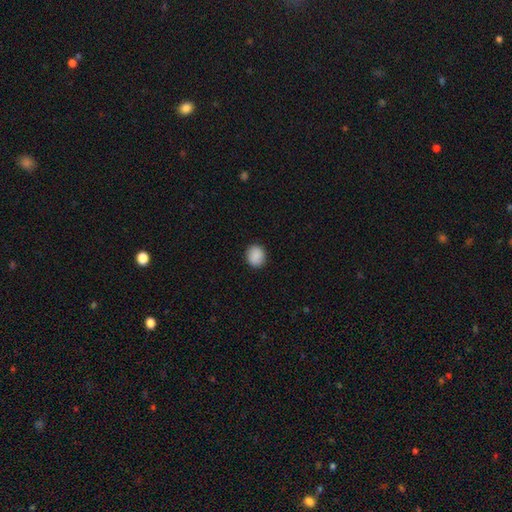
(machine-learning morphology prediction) smooth-or-featured: smooth: 90% | star or artifact: 8% | featured or disk: 3%
  how-rounded: round: 71% | in between: 28% | cigar-shaped: 1%
  merging: none: 90% | minor disturbance: 7% | major disturbance: 2% | merger: 1%